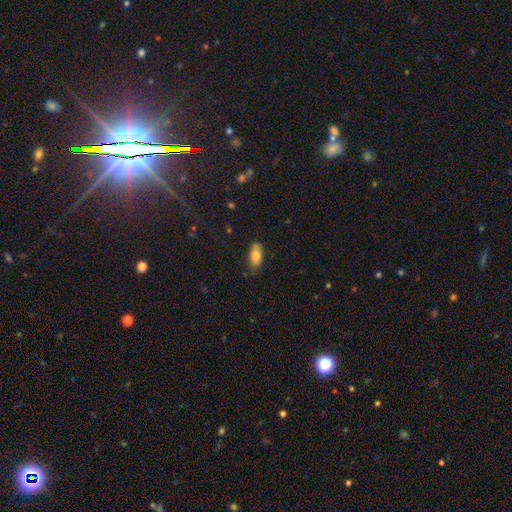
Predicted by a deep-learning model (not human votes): Q: Smooth or featured?
A: smooth (80%); runner-up: featured or disk (13%)
Q: How rounded?
A: in between (86%); runner-up: cigar-shaped (12%)
Q: Merging?
A: none (78%); runner-up: minor disturbance (17%)